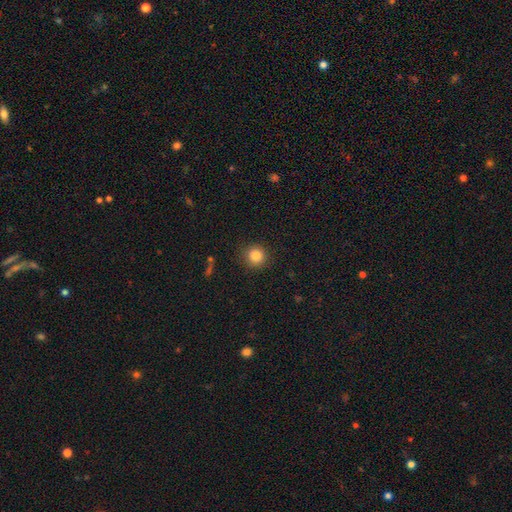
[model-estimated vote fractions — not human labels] smooth-or-featured: smooth: 84% | star or artifact: 11% | featured or disk: 6%
  how-rounded: round: 92% | in between: 7% | cigar-shaped: 1%
  merging: none: 88% | minor disturbance: 8% | major disturbance: 3% | merger: 1%